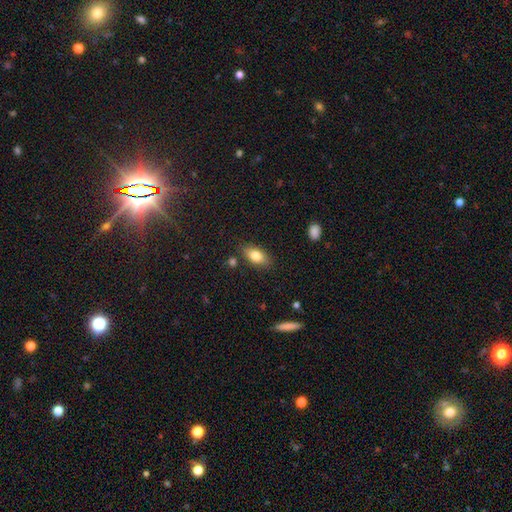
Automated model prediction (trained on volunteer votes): Overall: smooth (79%). How rounded: in between (87%). Merging: none (82%).